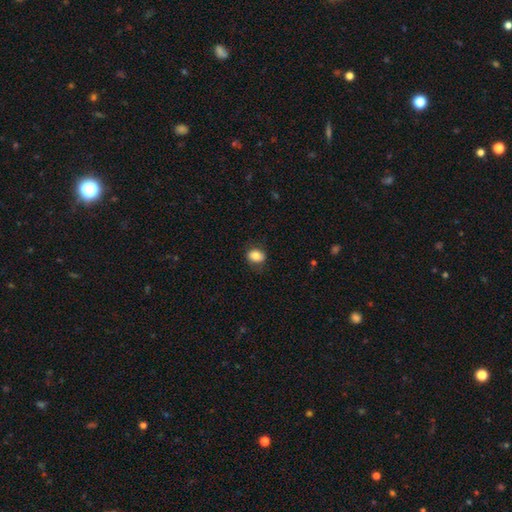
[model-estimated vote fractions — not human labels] smooth-or-featured: smooth: 83% | star or artifact: 9% | featured or disk: 9%
  how-rounded: in between: 61% | round: 38% | cigar-shaped: 1%
  merging: none: 78% | minor disturbance: 16% | major disturbance: 5% | merger: 1%